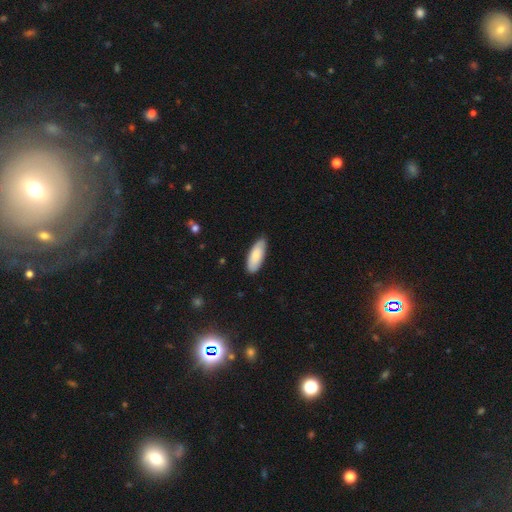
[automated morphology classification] A smooth galaxy with no disk features (82%) that is in between round and cigar-shaped (74%).

Vote fractions:
- Smooth or featured? smooth: 82% / featured or disk: 13% / star or artifact: 5%
- How rounded? in between: 74% / cigar-shaped: 24% / round: 2%
- Merging? none: 83% / minor disturbance: 14% / major disturbance: 2% / merger: 1%